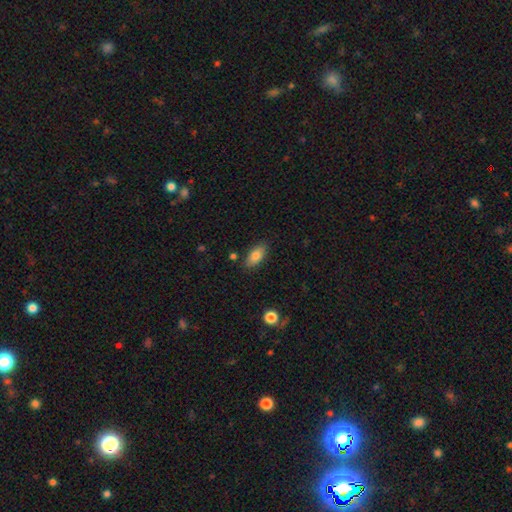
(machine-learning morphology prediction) Smooth or featured? smooth (80%)
How rounded? in between (87%)
Merging? none (84%)